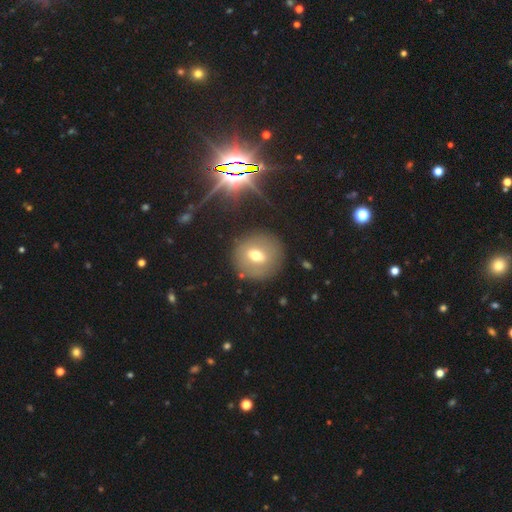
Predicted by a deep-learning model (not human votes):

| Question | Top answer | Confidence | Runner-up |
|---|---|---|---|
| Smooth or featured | smooth | 49% | featured or disk (29%) |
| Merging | none | 86% | minor disturbance (8%) |